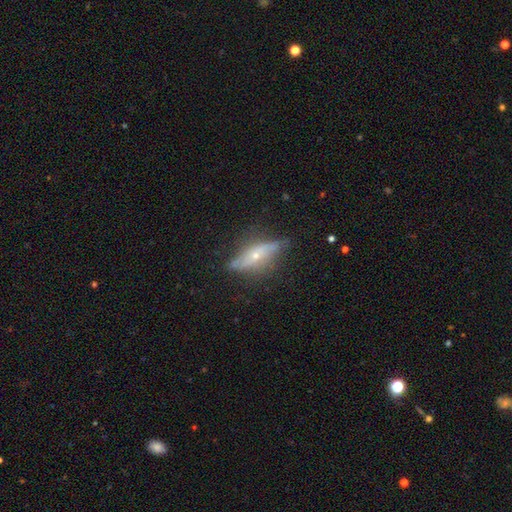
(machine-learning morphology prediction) featured or disk 71%, smooth 21%, star or artifact 8%. Down the decision tree: edge-on disk — yes (69%); merging — none (66%).